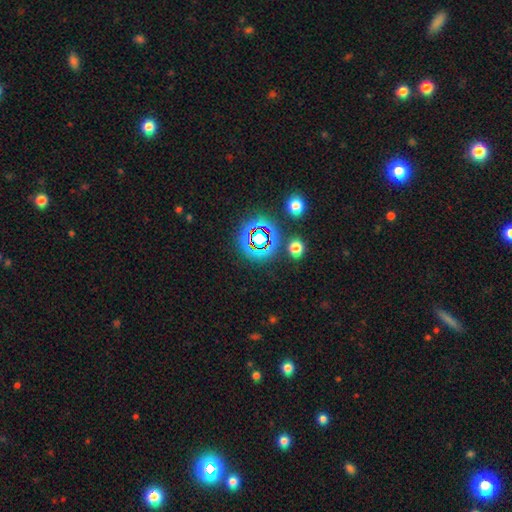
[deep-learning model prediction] star or artifact 49%, smooth 32%, featured or disk 18%.